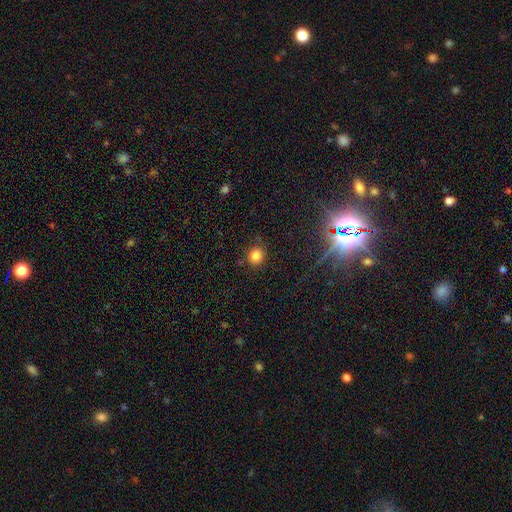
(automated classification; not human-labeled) A smooth galaxy with no disk features (81%) that is round (86%).

Vote fractions:
- Smooth or featured? smooth: 81% / star or artifact: 14% / featured or disk: 5%
- How rounded? round: 86% / in between: 13% / cigar-shaped: 1%
- Merging? none: 85% / minor disturbance: 10% / major disturbance: 3% / merger: 3%